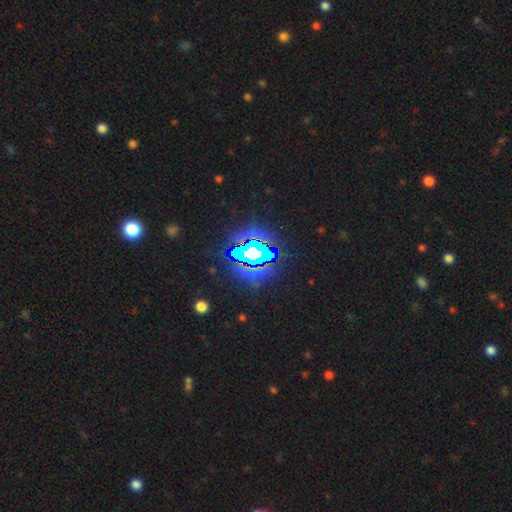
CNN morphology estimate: Smooth or featured? star or artifact (84%)